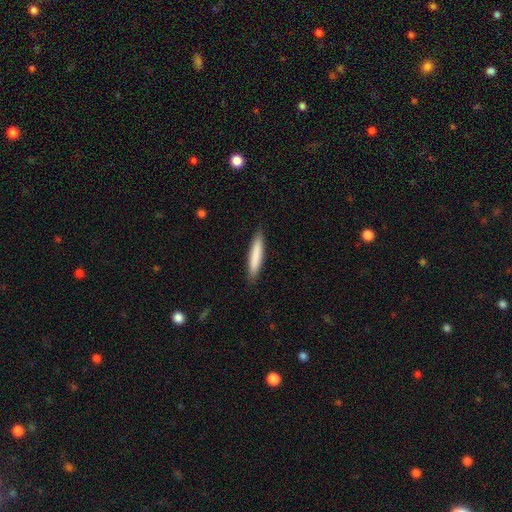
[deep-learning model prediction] Overall: smooth (81%). How rounded: cigar-shaped (91%). Merging: none (89%).